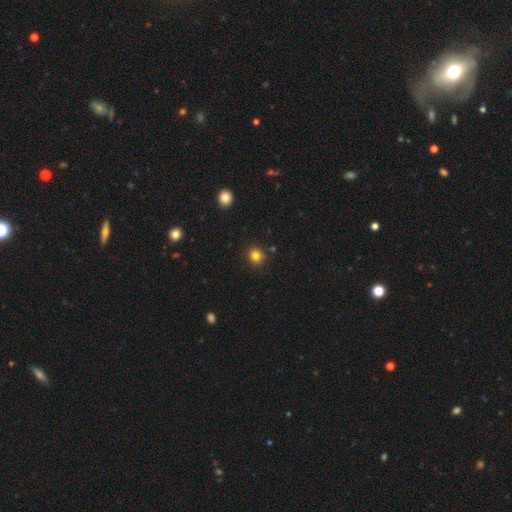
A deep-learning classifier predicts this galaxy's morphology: type=smooth (82%); roundness=round (89%); merging=none (88%).